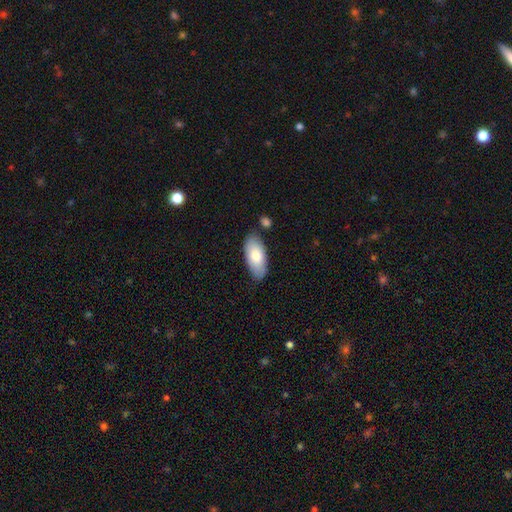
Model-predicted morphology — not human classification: A smooth galaxy with no disk features (78%) that is in between round and cigar-shaped (92%).

Vote fractions:
- Smooth or featured? smooth: 78% / featured or disk: 17% / star or artifact: 5%
- How rounded? in between: 92% / cigar-shaped: 6% / round: 2%
- Merging? none: 78% / minor disturbance: 14% / merger: 5% / major disturbance: 3%